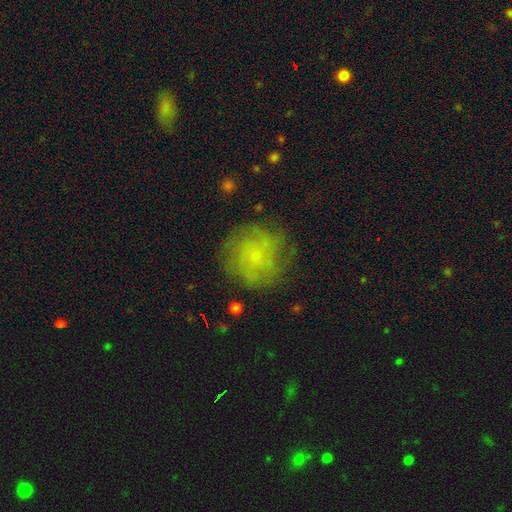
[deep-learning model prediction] Overall: smooth (51%; featured or disk 36%). How rounded: round (91%). Merging: none (73%).